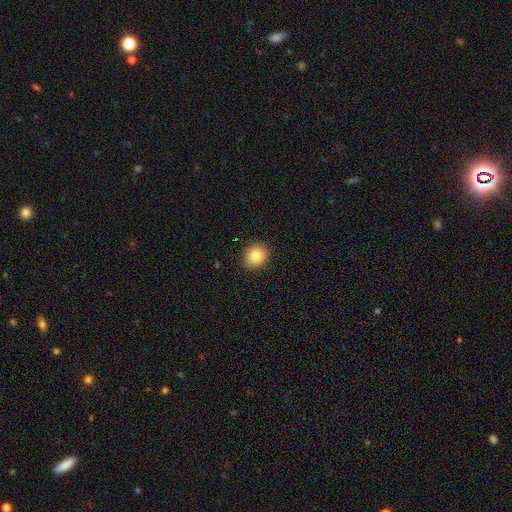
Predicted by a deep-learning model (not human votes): A smooth galaxy with no disk features (83%) that is round (82%). Merging: none (87%).